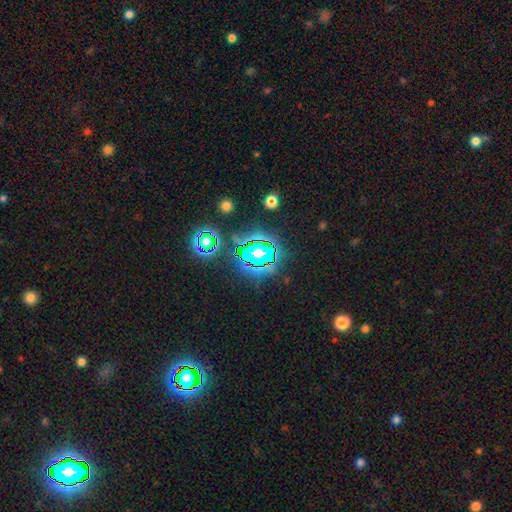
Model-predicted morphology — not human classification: Smooth or featured? star or artifact (80%)